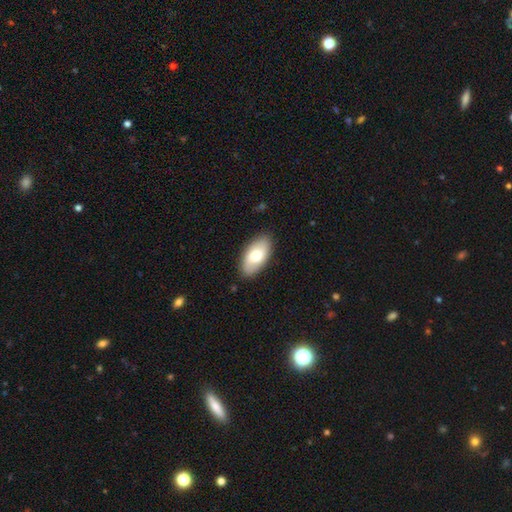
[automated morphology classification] The model was most divided on "smooth or featured": smooth: 69%, featured or disk: 25%, star or artifact: 6%. More confident: how rounded — in between (94%); merging — none (86%).